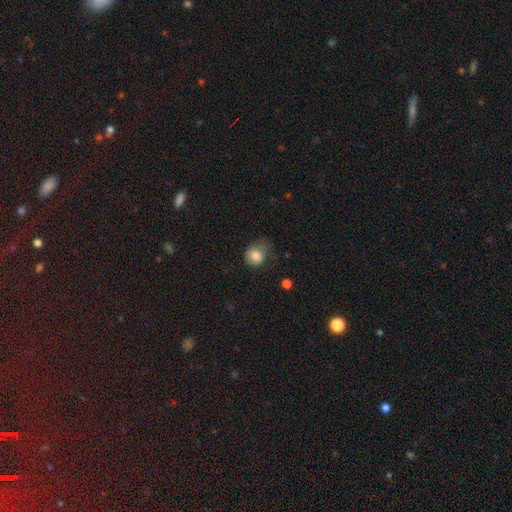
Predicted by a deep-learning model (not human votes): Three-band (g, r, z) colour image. It shows a smooth galaxy with no disk features (81%) that is round (62%). Merging: none (38%).